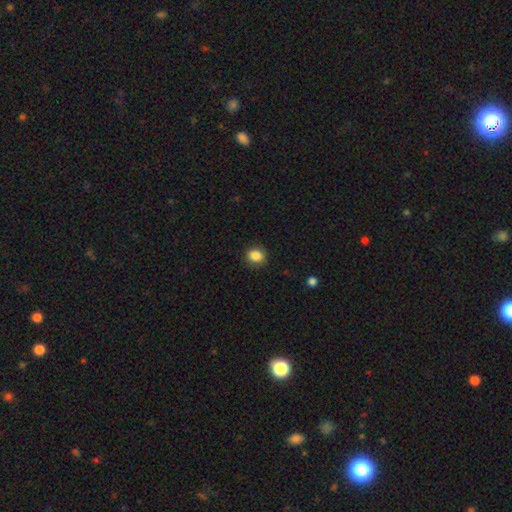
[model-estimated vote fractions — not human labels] Smooth or featured? Predicted: smooth (p=0.86). How rounded? Predicted: round (p=0.76). Merging? Predicted: none (p=0.88).